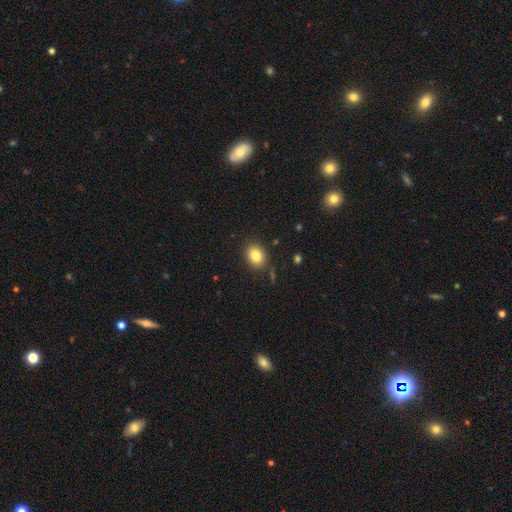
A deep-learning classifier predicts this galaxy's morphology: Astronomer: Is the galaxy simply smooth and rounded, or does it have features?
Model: smooth — 83%.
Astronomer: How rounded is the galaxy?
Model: in between — 58% (runner-up: round, 40%).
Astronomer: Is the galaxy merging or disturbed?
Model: none — 84%.